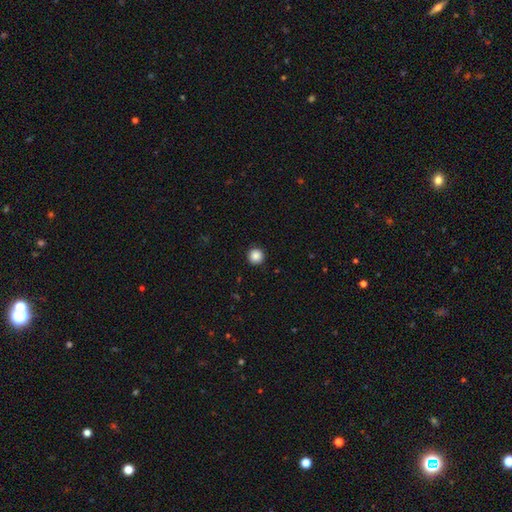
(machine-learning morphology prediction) Smooth or featured? smooth (88%)
How rounded? round (96%)
Merging? none (93%)